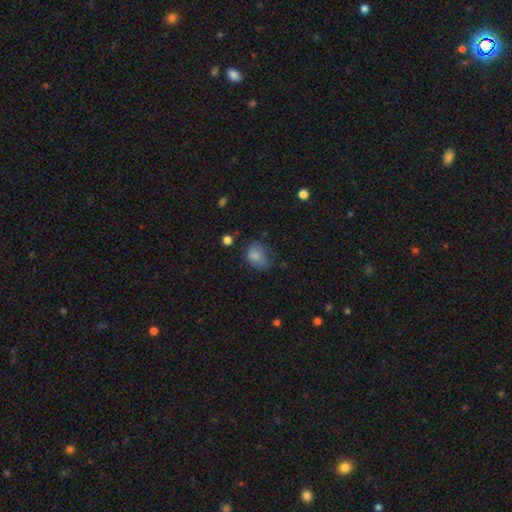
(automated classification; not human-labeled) The model was most divided on "merging": none: 39%, minor disturbance: 36%, major disturbance: 22%, merger: 3%. More confident: smooth or featured — smooth (77%); how rounded — in between (59%).